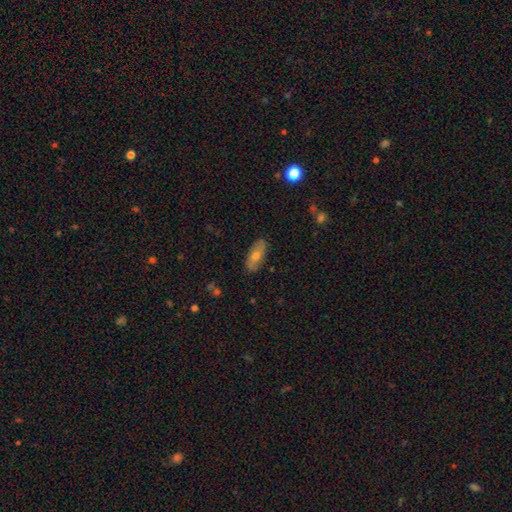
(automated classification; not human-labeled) This is likely a smooth galaxy (61%). How rounded: likely in between (80%). Merging: clearly none (86%).